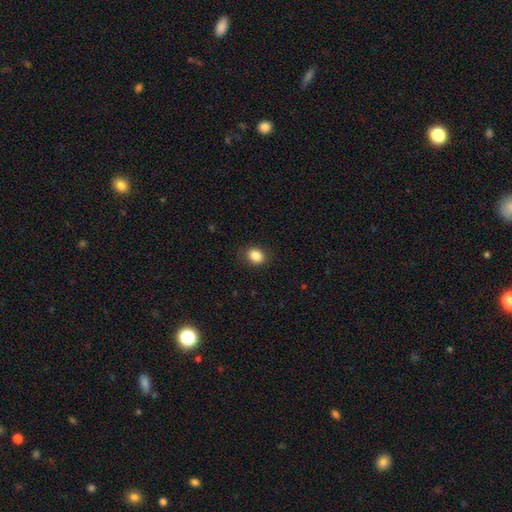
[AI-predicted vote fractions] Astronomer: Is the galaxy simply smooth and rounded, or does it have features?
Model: smooth — 87%.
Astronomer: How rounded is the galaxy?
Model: in between — 57% (runner-up: round, 42%).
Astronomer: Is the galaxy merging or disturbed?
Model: none — 85%.